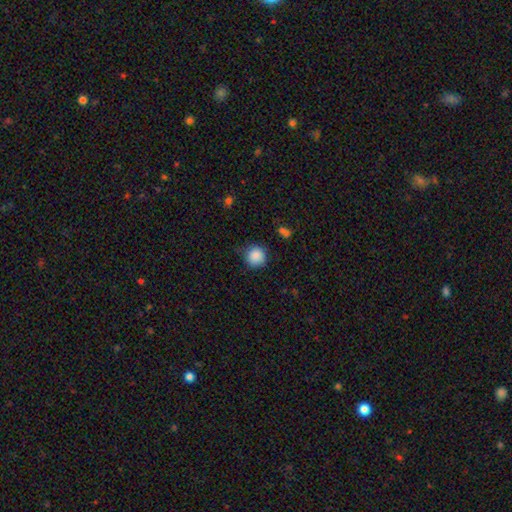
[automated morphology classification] smooth 87%, star or artifact 9%, featured or disk 4%. Down the decision tree: how rounded — round (93%); merging — none (77%).